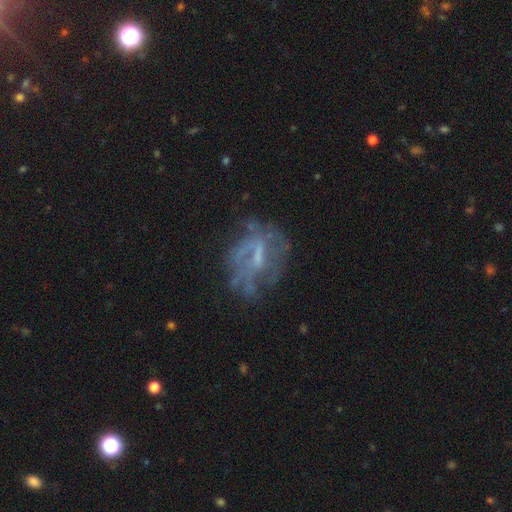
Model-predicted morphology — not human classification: smooth-or-featured: featured or disk: 68% | smooth: 19% | star or artifact: 13%
  disk-edge-on: no: 96% | yes: 4%
    bar: weak: 45% | no: 36% | strong: 19%
    has-spiral-arms: no: 52% | yes: 48%
    bulge-size: small: 37% | none: 33% | moderate: 27% | large: 2% | dominant: 1%
  merging: none: 54% | major disturbance: 23% | minor disturbance: 20% | merger: 3%